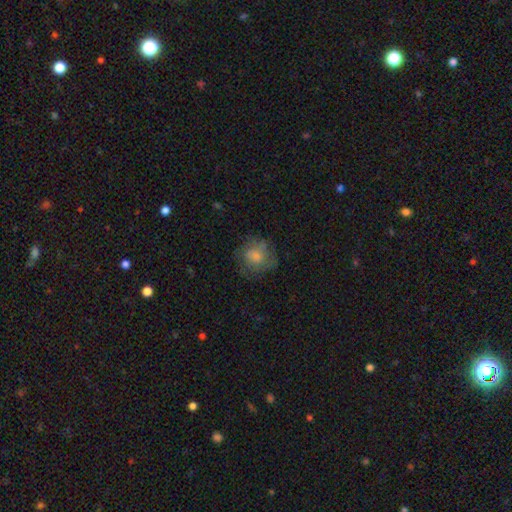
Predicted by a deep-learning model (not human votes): Smooth or featured?
  - smooth: 55% *
  - featured or disk: 33%
  - star or artifact: 12%
How rounded?
  - round: 80% *
  - in between: 19%
  - cigar-shaped: 1%
Merging?
  - none: 70% *
  - minor disturbance: 18%
  - major disturbance: 10%
  - merger: 1%